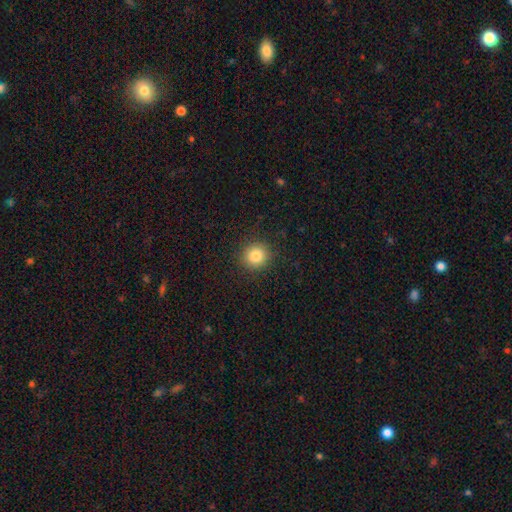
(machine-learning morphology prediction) This appears to be a smooth galaxy with no disk features (83%) that is round (91%). Merging: none (90%).